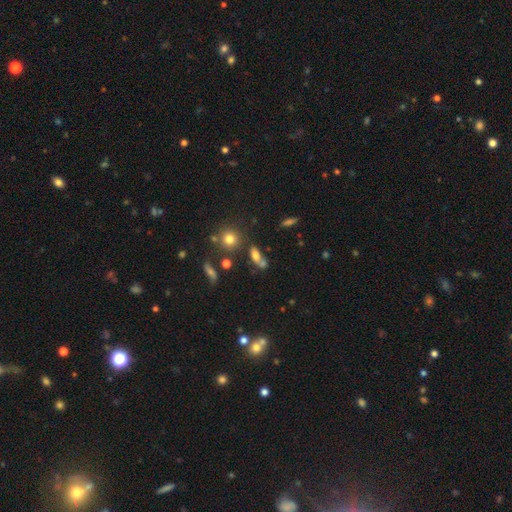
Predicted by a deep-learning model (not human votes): Smooth or featured? smooth (65%)
How rounded? in between (68%)
Merging? merger (38%)